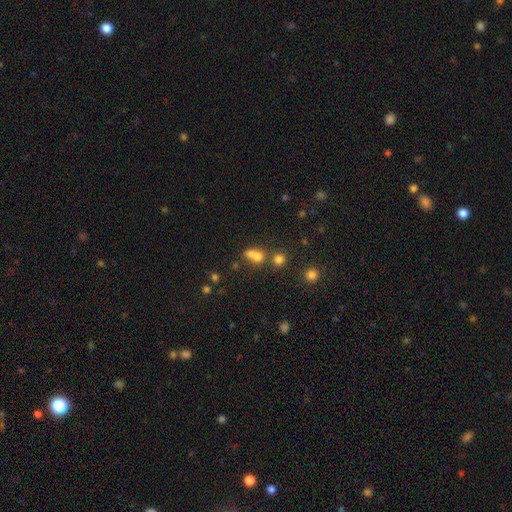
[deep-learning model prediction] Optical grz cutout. It shows a smooth galaxy with no disk features (69%) that is round (66%). Merging: merger (58%).